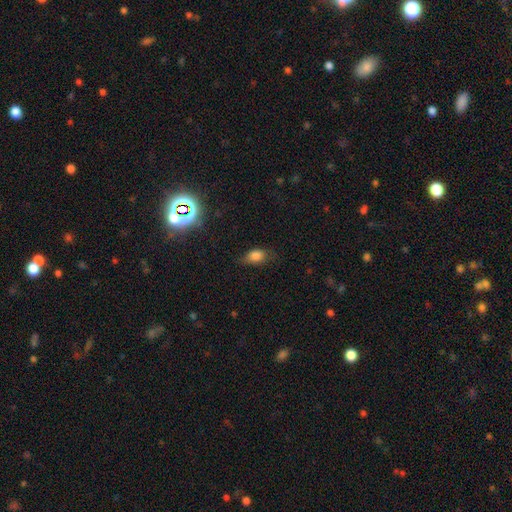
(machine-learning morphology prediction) Smooth or featured: smooth — 79% (star or artifact — 13%)
How rounded: in between — 81% (round — 15%)
Merging: none — 66% (minor disturbance — 25%)